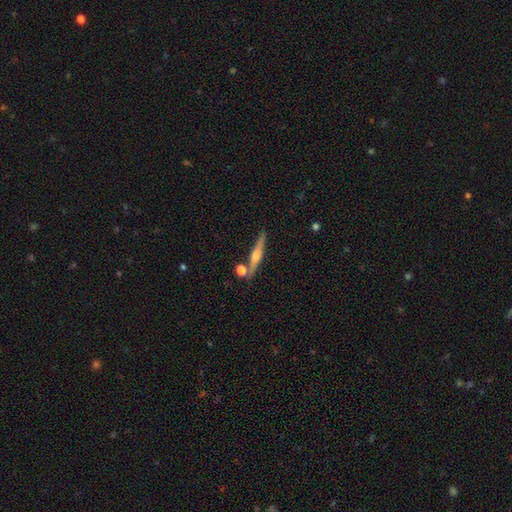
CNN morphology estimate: Smooth or featured: featured or disk — 71% (smooth — 22%)
Edge-on disk: yes — 97% (no — 3%)
Edge-on bulge: rounded — 84% (boxy — 8%)
Merging: none — 80% (minor disturbance — 10%)